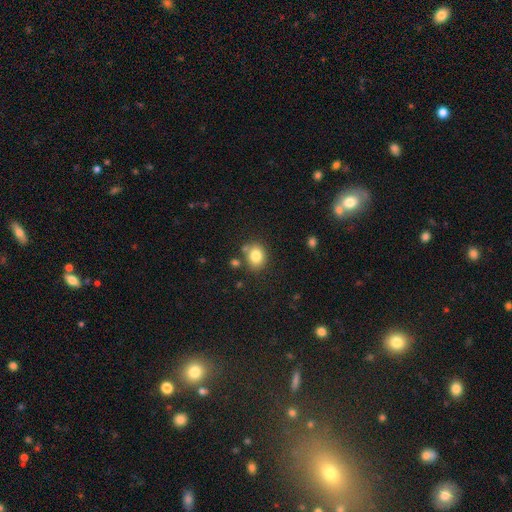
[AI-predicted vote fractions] A smooth galaxy with no disk features (81%) that is round (59%). Merging: none (71%).